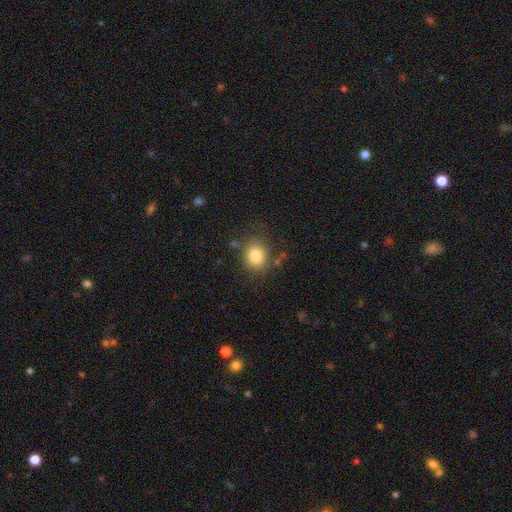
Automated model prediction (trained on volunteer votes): Smooth or featured?
  - smooth: 81% *
  - star or artifact: 10%
  - featured or disk: 9%
How rounded?
  - round: 65% *
  - in between: 34%
  - cigar-shaped: 1%
Merging?
  - none: 77% *
  - minor disturbance: 14%
  - major disturbance: 5%
  - merger: 4%